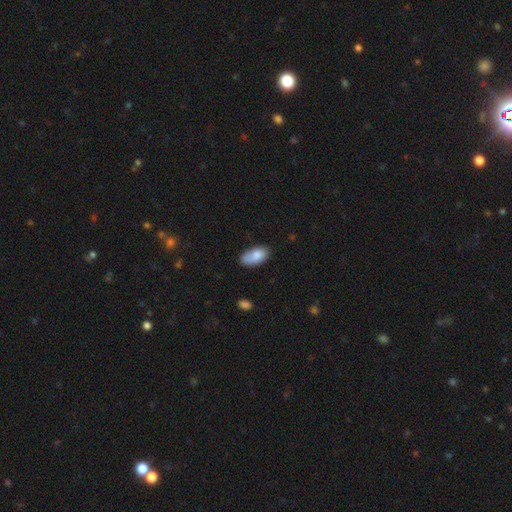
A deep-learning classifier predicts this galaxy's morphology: type=smooth (82%); roundness=in between (94%); merging=none (65%).